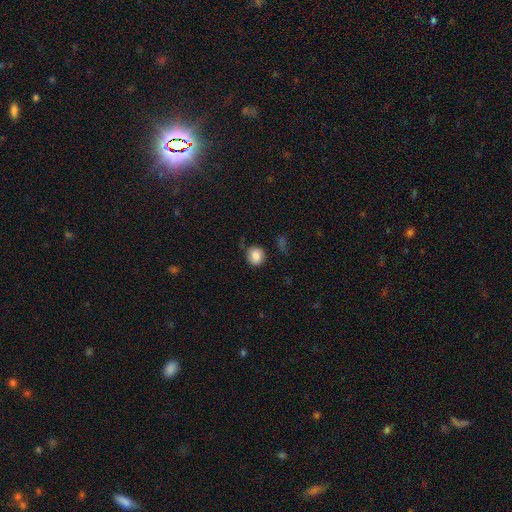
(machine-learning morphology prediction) A smooth galaxy with no disk features (85%) that is round (83%).

Vote fractions:
- Smooth or featured? smooth: 85% / star or artifact: 9% / featured or disk: 6%
- How rounded? round: 83% / in between: 16% / cigar-shaped: 1%
- Merging? none: 72% / minor disturbance: 19% / major disturbance: 5% / merger: 4%